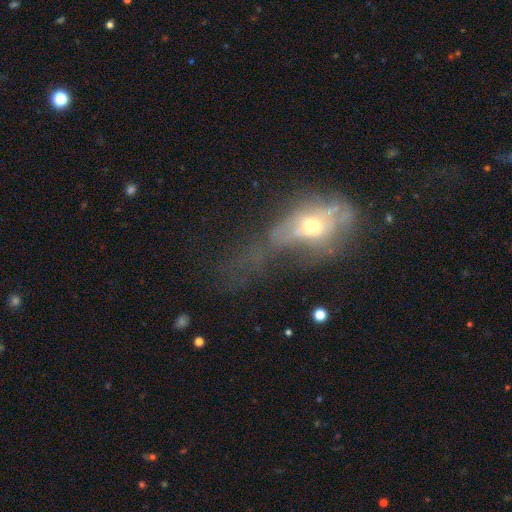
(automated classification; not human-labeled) smooth_or_featured: featured or disk (p=0.47) [alt: smooth p=0.35]
merging: major disturbance (p=0.58) [alt: none p=0.17]